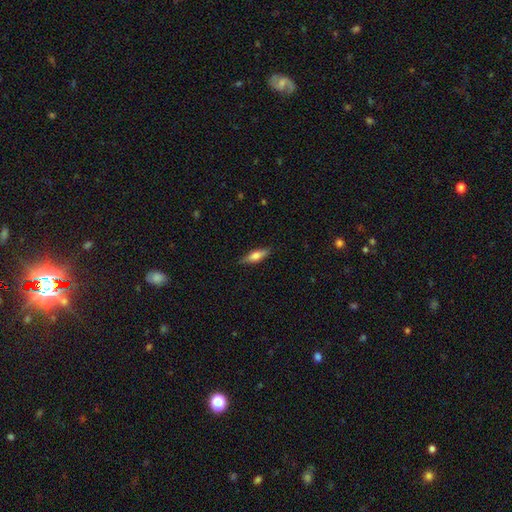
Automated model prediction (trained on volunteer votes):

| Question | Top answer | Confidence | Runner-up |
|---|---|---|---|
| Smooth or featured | smooth | 61% | featured or disk (33%) |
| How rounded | in between | 49% | cigar-shaped (48%) |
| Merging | none | 83% | minor disturbance (13%) |